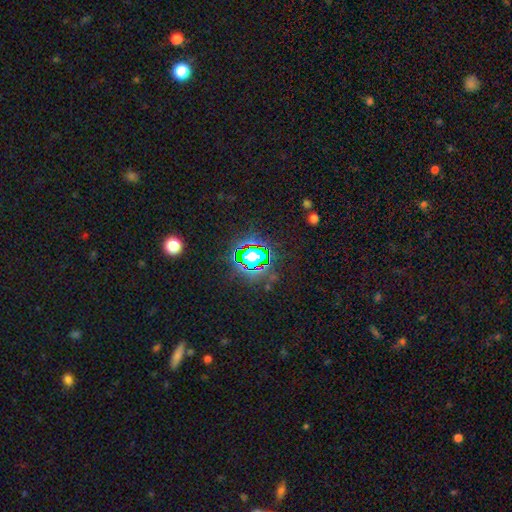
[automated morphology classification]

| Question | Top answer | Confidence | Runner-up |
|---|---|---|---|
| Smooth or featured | star or artifact | 69% | smooth (20%) |